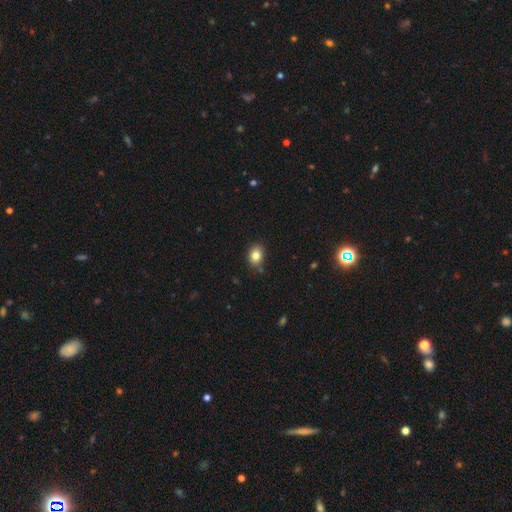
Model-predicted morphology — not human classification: A smooth galaxy with no disk features (82%) that is in between round and cigar-shaped (57%).

Vote fractions:
- Smooth or featured? smooth: 82% / star or artifact: 10% / featured or disk: 7%
- How rounded? in between: 57% / round: 42% / cigar-shaped: 1%
- Merging? none: 82% / minor disturbance: 13% / major disturbance: 2% / merger: 2%